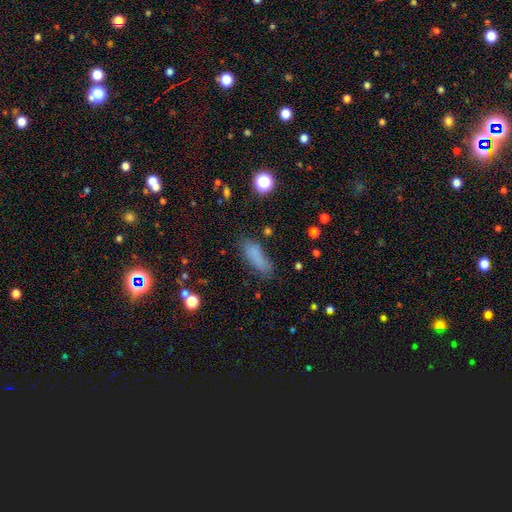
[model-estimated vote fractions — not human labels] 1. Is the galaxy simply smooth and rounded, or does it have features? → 78% smooth, 13% star or artifact, 9% featured or disk.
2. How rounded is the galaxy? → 60% in between, 37% cigar-shaped, 3% round.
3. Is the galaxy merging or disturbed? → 65% none, 22% minor disturbance, 9% major disturbance, 4% merger.